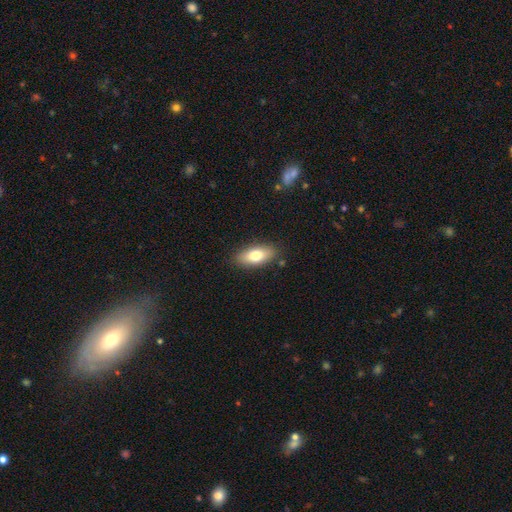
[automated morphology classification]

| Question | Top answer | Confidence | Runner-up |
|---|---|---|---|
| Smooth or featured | smooth | 75% | featured or disk (18%) |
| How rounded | in between | 84% | cigar-shaped (12%) |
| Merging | none | 86% | minor disturbance (10%) |